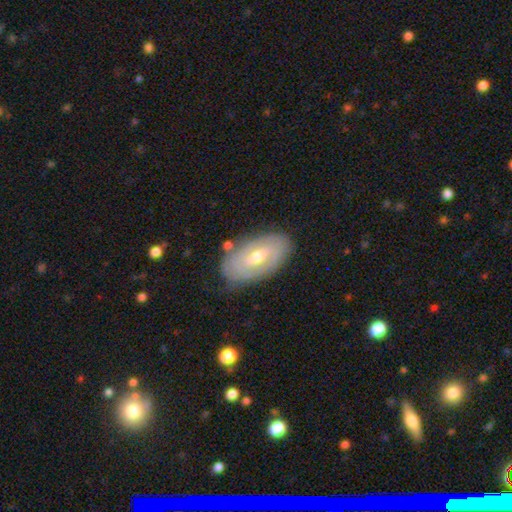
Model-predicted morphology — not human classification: Q: Smooth or featured?
A: featured or disk (54%); runner-up: smooth (35%)
Q: Edge-on disk?
A: no (86%); runner-up: yes (14%)
Q: Merging?
A: none (84%); runner-up: minor disturbance (12%)